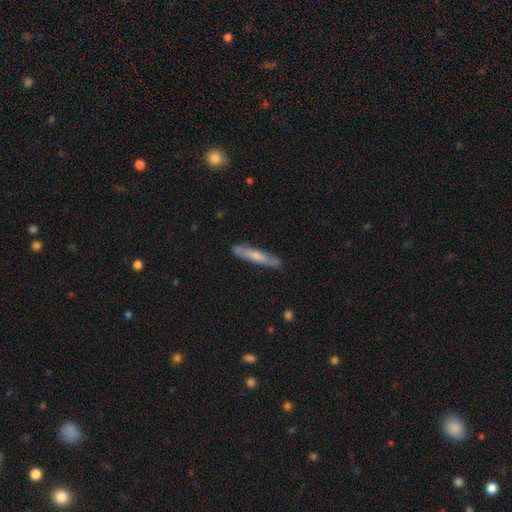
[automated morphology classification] type=smooth (55%); roundness=cigar-shaped (93%); merging=none (85%).